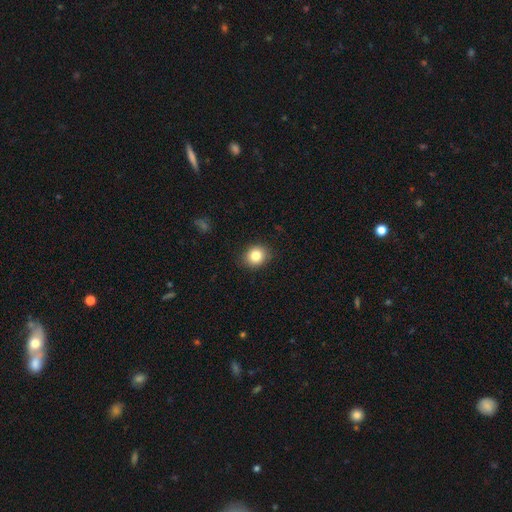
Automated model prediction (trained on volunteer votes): smooth_or_featured: smooth (p=0.83) [alt: star or artifact p=0.10]
how_rounded: round (p=0.72) [alt: in between p=0.27]
merging: none (p=0.88) [alt: minor disturbance p=0.09]